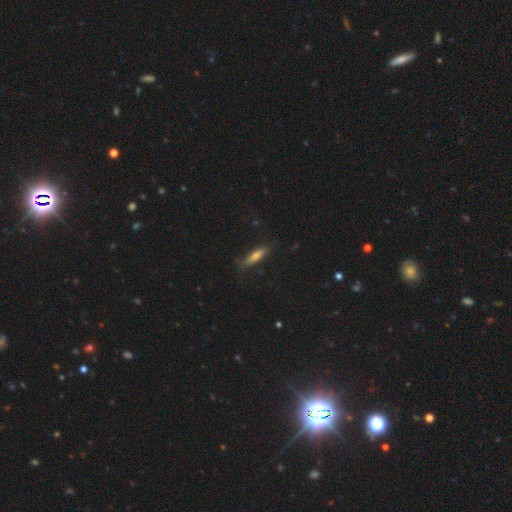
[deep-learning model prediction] Smooth or featured? Predicted: smooth (p=0.66). How rounded? Predicted: cigar-shaped (p=0.71). Merging? Predicted: none (p=0.77).